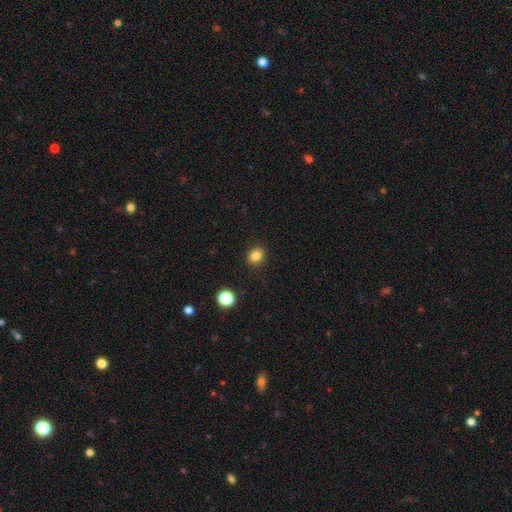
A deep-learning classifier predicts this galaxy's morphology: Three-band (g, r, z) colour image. It shows a smooth galaxy with no disk features (82%) that is round (73%). Merging: none (90%).